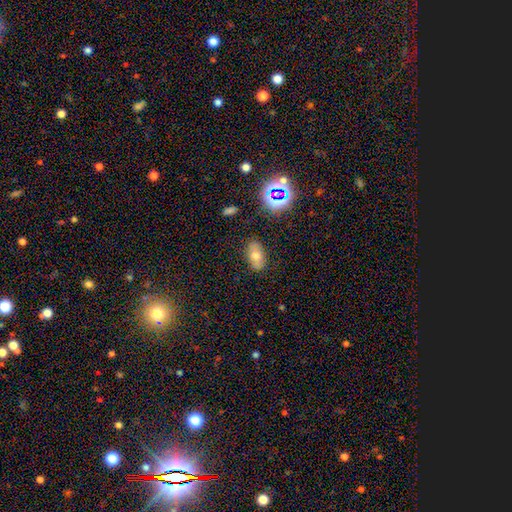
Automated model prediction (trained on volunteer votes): Q: Smooth or featured?
A: smooth (63%); runner-up: featured or disk (21%)
Q: How rounded?
A: in between (89%); runner-up: round (8%)
Q: Merging?
A: none (81%); runner-up: minor disturbance (13%)